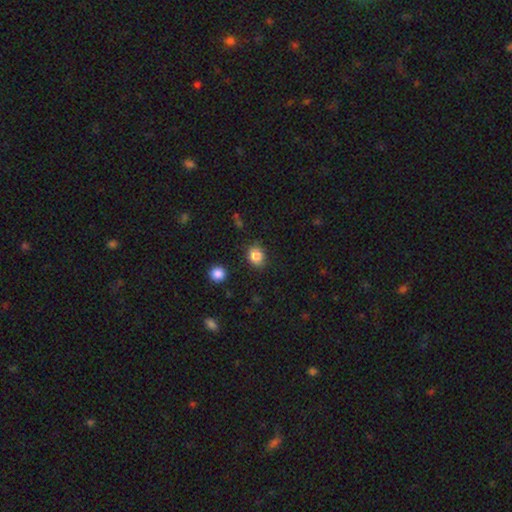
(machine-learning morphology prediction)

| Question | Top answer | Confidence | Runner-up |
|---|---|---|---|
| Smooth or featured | smooth | 86% | star or artifact (10%) |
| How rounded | round | 61% | in between (38%) |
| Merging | none | 81% | minor disturbance (13%) |